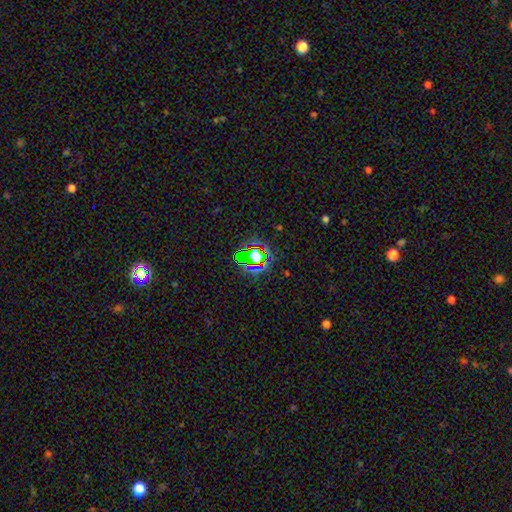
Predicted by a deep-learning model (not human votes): Smooth or featured: star or artifact — 64% (smooth — 23%)